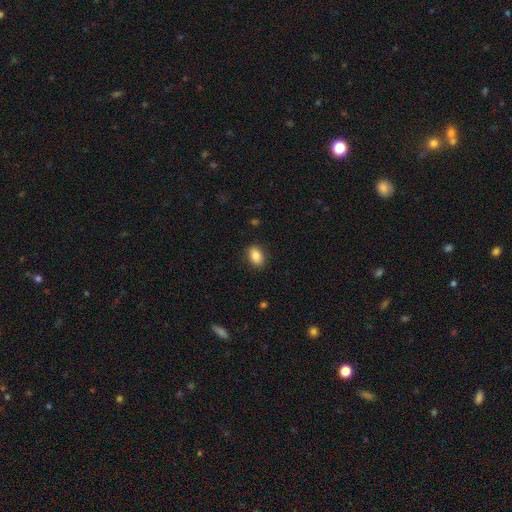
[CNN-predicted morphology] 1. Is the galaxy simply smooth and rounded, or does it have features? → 86% smooth, 8% star or artifact, 6% featured or disk.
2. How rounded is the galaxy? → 82% in between, 16% round, 2% cigar-shaped.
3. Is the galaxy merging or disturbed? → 88% none, 9% minor disturbance, 2% major disturbance, 1% merger.